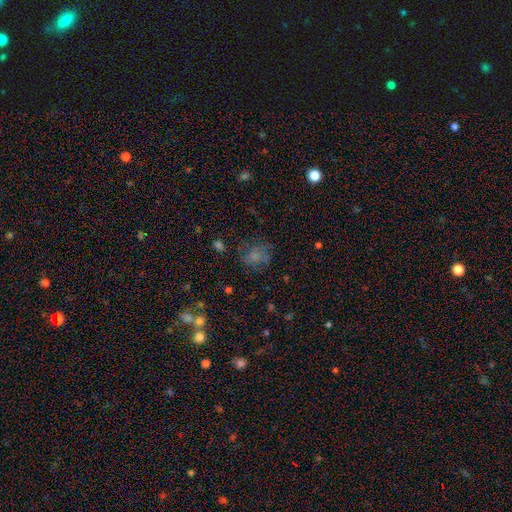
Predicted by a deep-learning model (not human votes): A smooth galaxy with no disk features (67%) that is round (63%).

Vote fractions:
- Smooth or featured? smooth: 67% / star or artifact: 18% / featured or disk: 16%
- How rounded? round: 63% / in between: 35% / cigar-shaped: 1%
- Merging? none: 61% / minor disturbance: 20% / major disturbance: 15% / merger: 3%